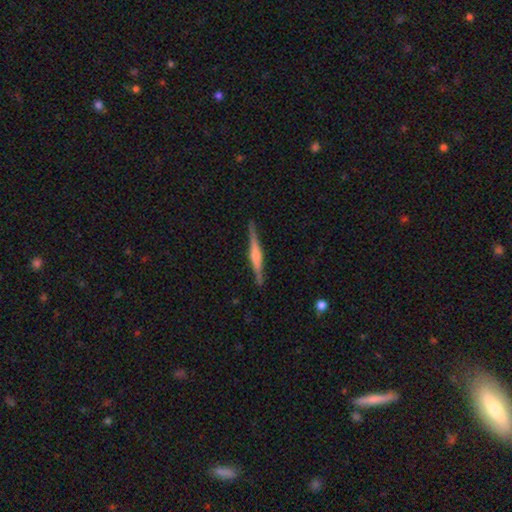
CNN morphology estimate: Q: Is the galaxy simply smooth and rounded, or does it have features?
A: featured or disk — 71%.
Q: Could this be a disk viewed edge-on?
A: yes — 98%.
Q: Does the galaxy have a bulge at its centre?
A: rounded — 63%.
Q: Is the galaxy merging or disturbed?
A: none — 88%.